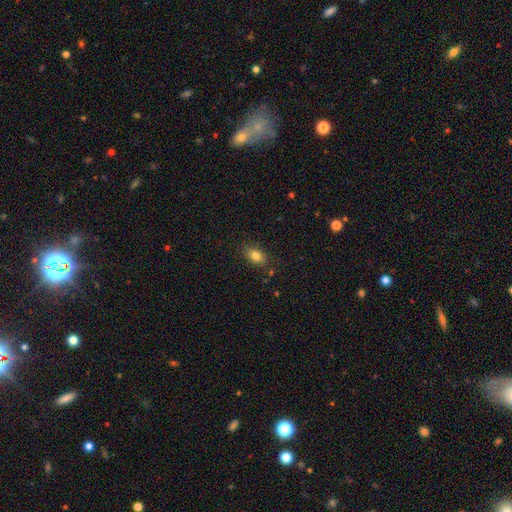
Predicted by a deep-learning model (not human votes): A smooth galaxy with no disk features (82%) that is in between round and cigar-shaped (82%).

Vote fractions:
- Smooth or featured? smooth: 82% / star or artifact: 10% / featured or disk: 8%
- How rounded? in between: 82% / round: 16% / cigar-shaped: 2%
- Merging? none: 83% / minor disturbance: 12% / major disturbance: 3% / merger: 2%